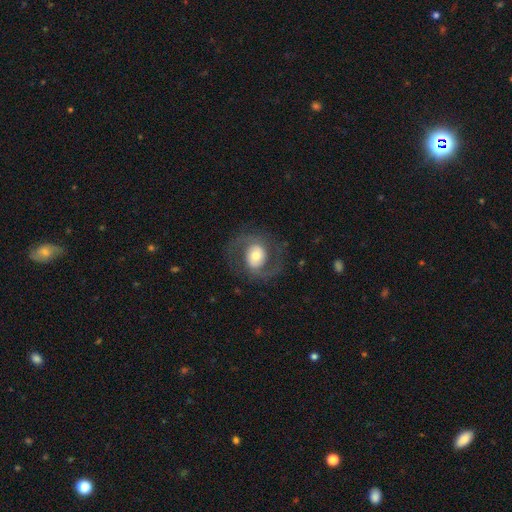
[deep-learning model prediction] This appears to be a featured or disk galaxy (72%) with no bar (58%), 2 (89%) medium (55%) spiral arms (82%) and a moderate central bulge (58%). Merging: none (76%).